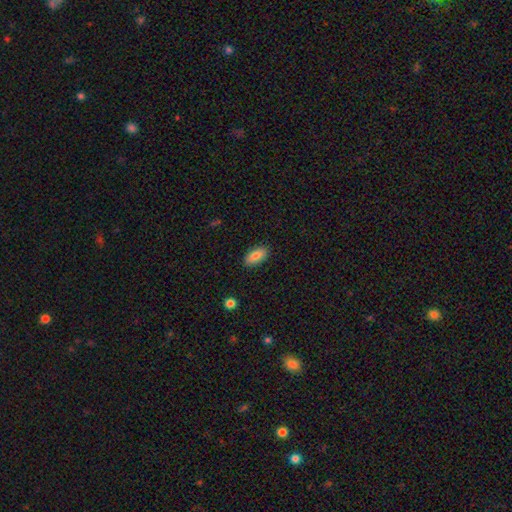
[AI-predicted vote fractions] Smooth or featured: smooth — 83% (featured or disk — 10%)
How rounded: in between — 90% (cigar-shaped — 8%)
Merging: none — 88% (minor disturbance — 9%)